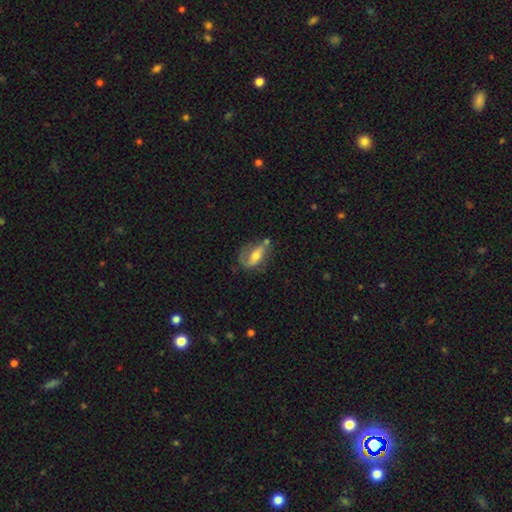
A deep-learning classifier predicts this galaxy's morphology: This is possibly a featured or disk galaxy (52%). It is clearly not viewed edge-on (87%). Merging: marginally none (42%).